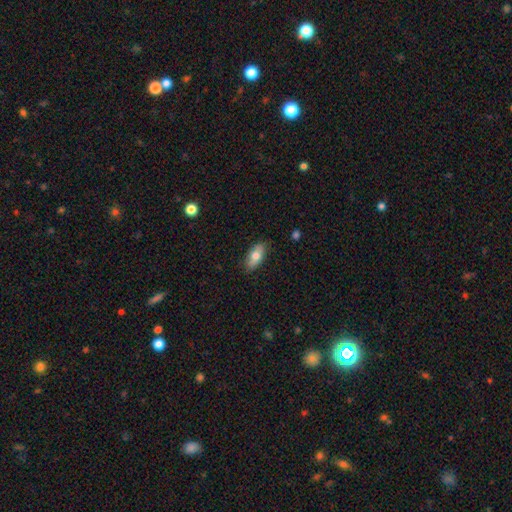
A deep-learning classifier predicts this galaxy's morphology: This is likely a smooth galaxy (73%). How rounded: clearly in between (85%). Merging: clearly none (84%).